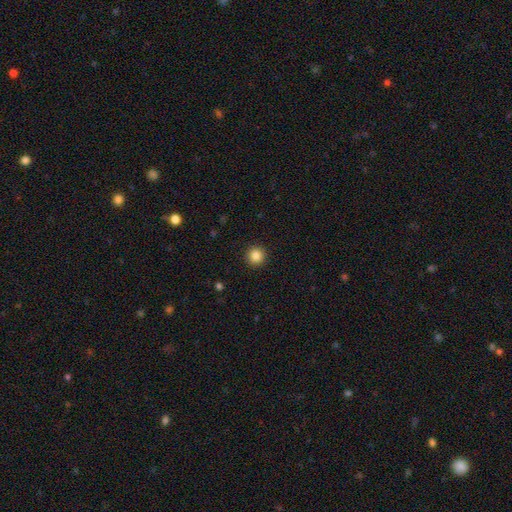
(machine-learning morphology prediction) A smooth galaxy with no disk features (86%) that is round (95%). Merging: none (93%).